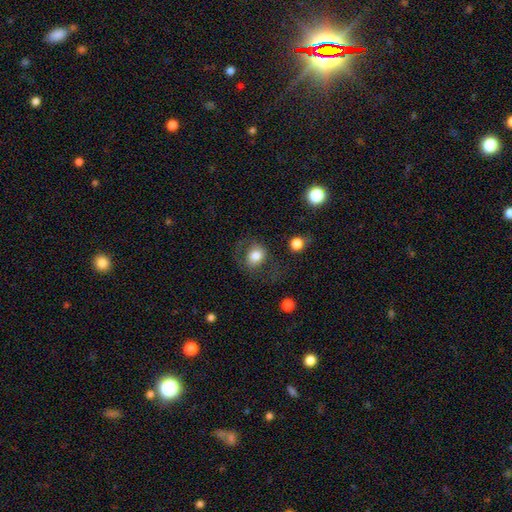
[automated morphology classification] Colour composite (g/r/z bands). It shows a smooth galaxy with no disk features (74%) that is round (61%). Merging: none (56%).